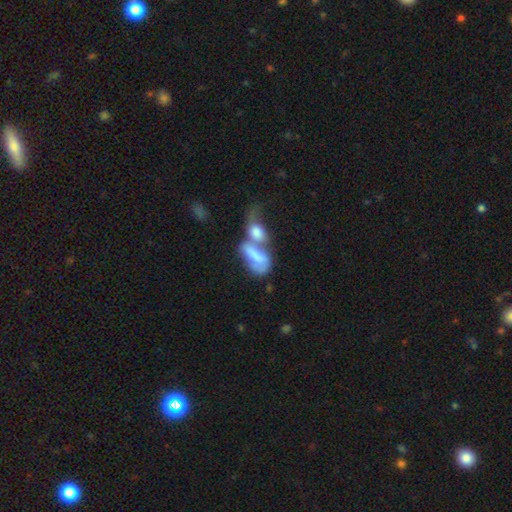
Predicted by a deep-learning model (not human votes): smooth-or-featured: smooth: 58% | featured or disk: 33% | star or artifact: 9%
  how-rounded: in between: 84% | cigar-shaped: 10% | round: 7%
  merging: merger: 73% | major disturbance: 12% | none: 8% | minor disturbance: 6%